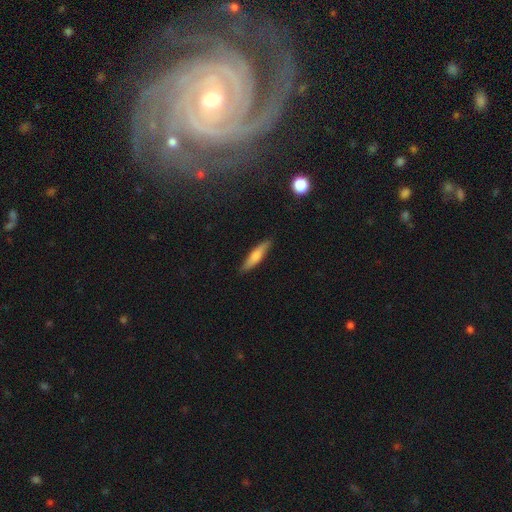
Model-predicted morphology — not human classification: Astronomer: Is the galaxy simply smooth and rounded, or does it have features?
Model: smooth — 65%.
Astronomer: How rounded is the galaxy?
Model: cigar-shaped — 83%.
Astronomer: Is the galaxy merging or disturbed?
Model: none — 88%.